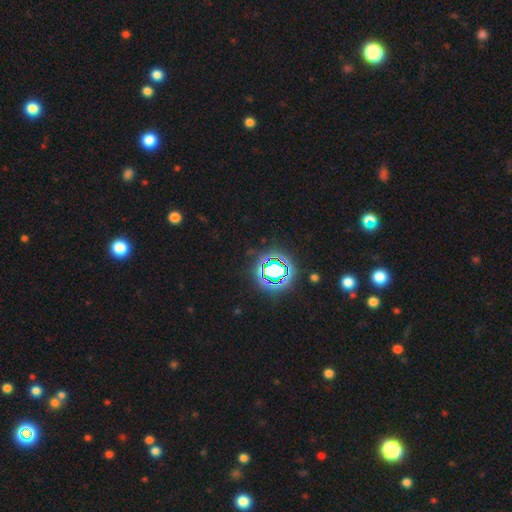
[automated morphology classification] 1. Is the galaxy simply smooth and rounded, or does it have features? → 79% star or artifact, 14% smooth, 7% featured or disk.